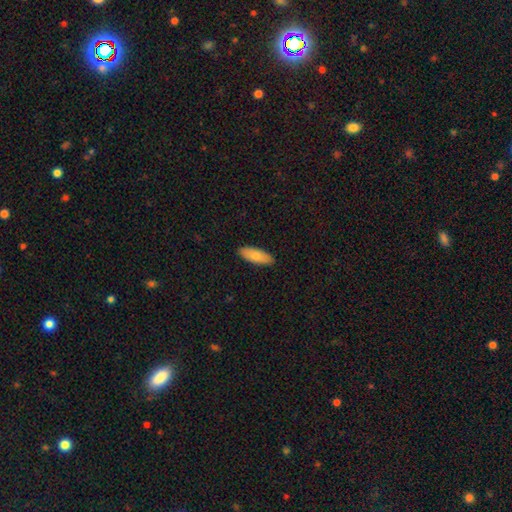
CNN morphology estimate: smooth_or_featured: smooth (p=0.78) [alt: featured or disk p=0.16]
how_rounded: in between (p=0.70) [alt: cigar-shaped p=0.28]
merging: none (p=0.90) [alt: minor disturbance p=0.08]